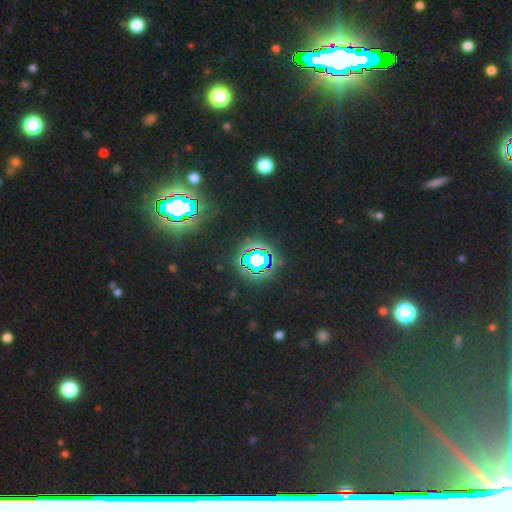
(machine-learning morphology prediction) A star or artifact, not a galaxy (81%).